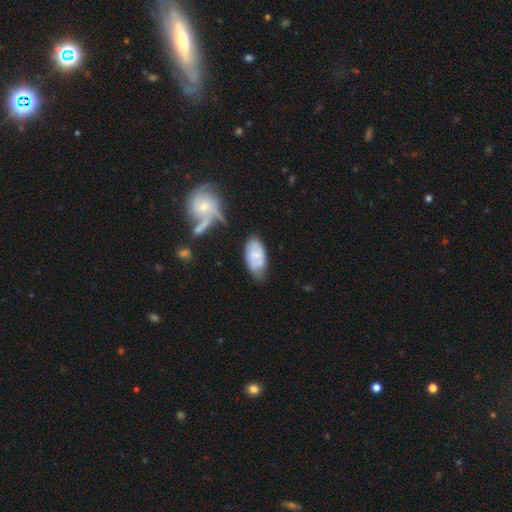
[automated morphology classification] Overall: smooth (54%; featured or disk 38%). How rounded: in between (93%). Merging: none (58%; minor disturbance 27%).